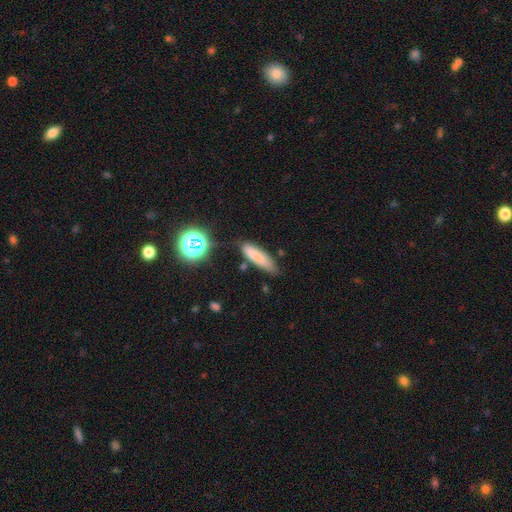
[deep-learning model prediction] Smooth or featured?
  - smooth: 77% *
  - star or artifact: 12%
  - featured or disk: 11%
How rounded?
  - cigar-shaped: 69% *
  - in between: 29%
  - round: 2%
Merging?
  - none: 68% *
  - minor disturbance: 22%
  - major disturbance: 5%
  - merger: 5%